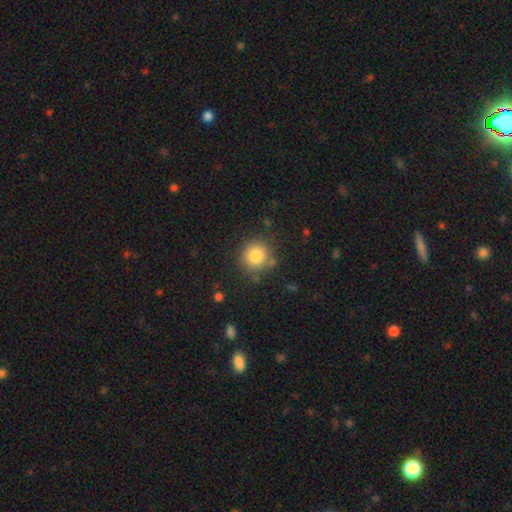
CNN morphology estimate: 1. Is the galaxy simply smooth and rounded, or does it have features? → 83% smooth, 11% star or artifact, 6% featured or disk.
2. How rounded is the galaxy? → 91% round, 8% in between, 1% cigar-shaped.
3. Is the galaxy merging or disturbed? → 82% none, 10% minor disturbance, 4% merger, 4% major disturbance.